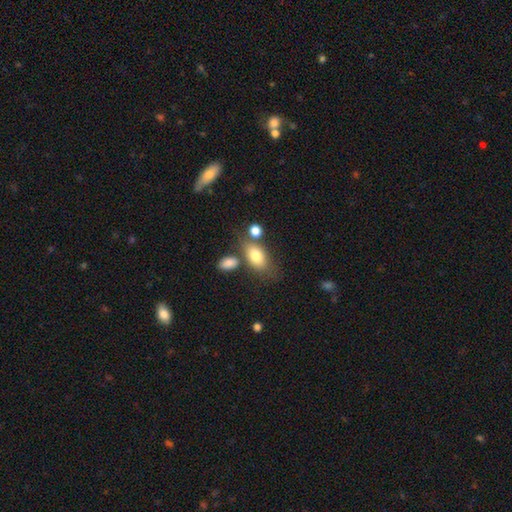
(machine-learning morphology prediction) Q: Smooth or featured?
A: smooth (78%); runner-up: featured or disk (14%)
Q: How rounded?
A: in between (85%); runner-up: round (11%)
Q: Merging?
A: none (56%); runner-up: merger (20%)